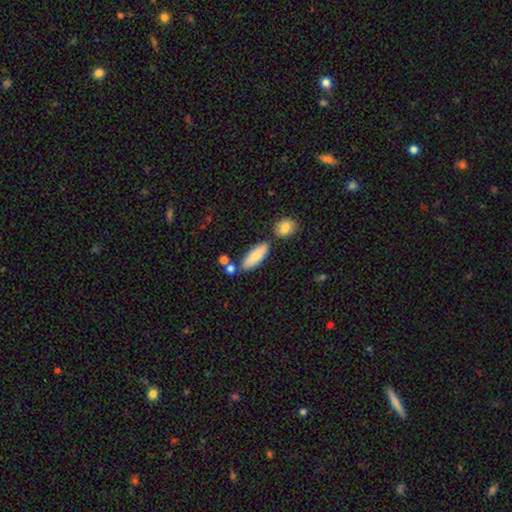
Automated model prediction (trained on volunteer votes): Smooth or featured? Predicted: smooth (p=0.83). How rounded? Predicted: in between (p=0.67). Merging? Predicted: none (p=0.72).